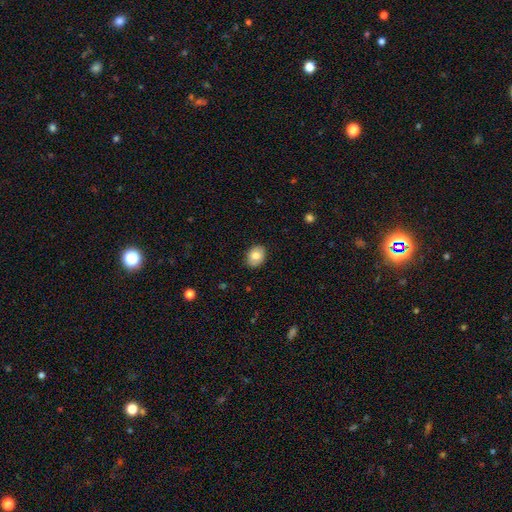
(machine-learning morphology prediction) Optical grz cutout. It shows a smooth galaxy with no disk features (79%) that is in between round and cigar-shaped (57%). Merging: none (88%).